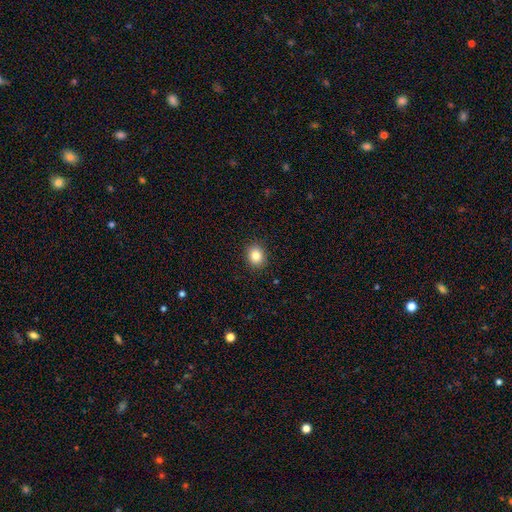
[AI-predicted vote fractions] Smooth or featured? smooth (84%)
How rounded? round (66%)
Merging? none (90%)